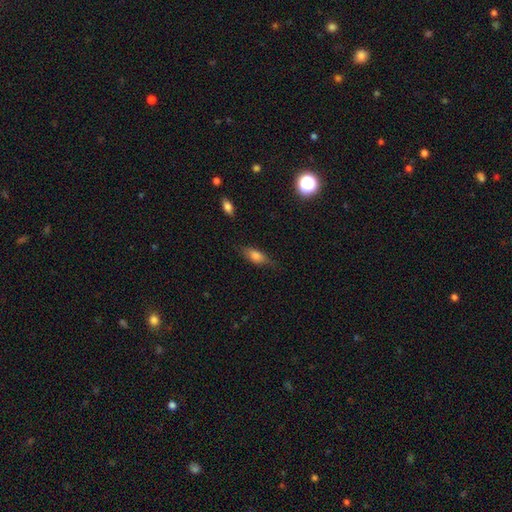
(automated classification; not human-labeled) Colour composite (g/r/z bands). It shows a smooth galaxy with no disk features (73%) that is in between round and cigar-shaped (75%). Merging: none (71%).